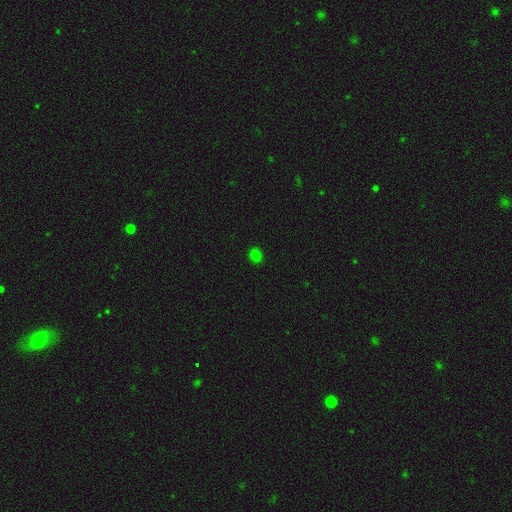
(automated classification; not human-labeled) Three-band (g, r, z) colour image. It shows a smooth galaxy with no disk features (78%) that is round (83%). Merging: none (91%).